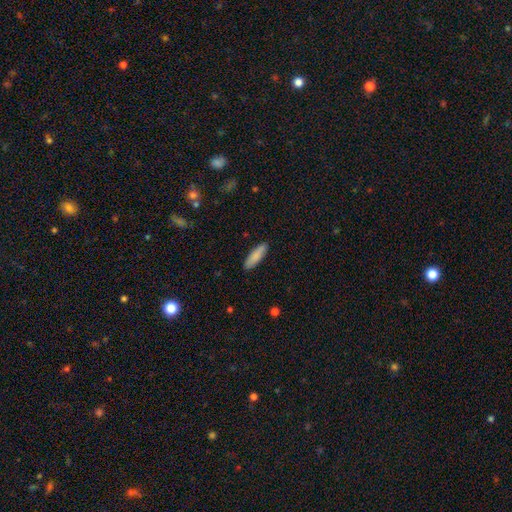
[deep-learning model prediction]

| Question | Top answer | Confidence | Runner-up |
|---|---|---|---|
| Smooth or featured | smooth | 85% | featured or disk (9%) |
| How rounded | cigar-shaped | 59% | in between (40%) |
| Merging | none | 89% | minor disturbance (9%) |